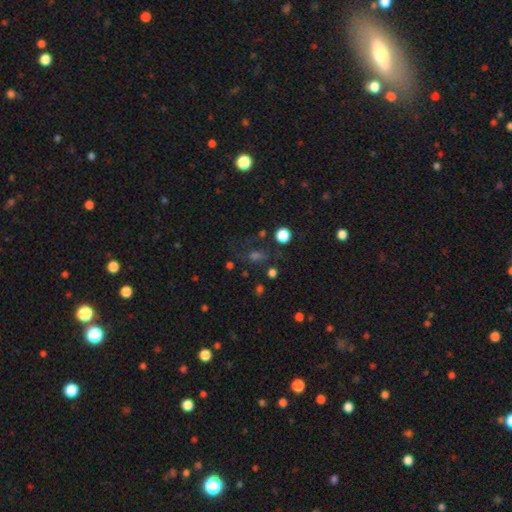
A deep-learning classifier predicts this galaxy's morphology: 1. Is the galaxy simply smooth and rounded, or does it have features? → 40% star or artifact, 38% smooth, 22% featured or disk.